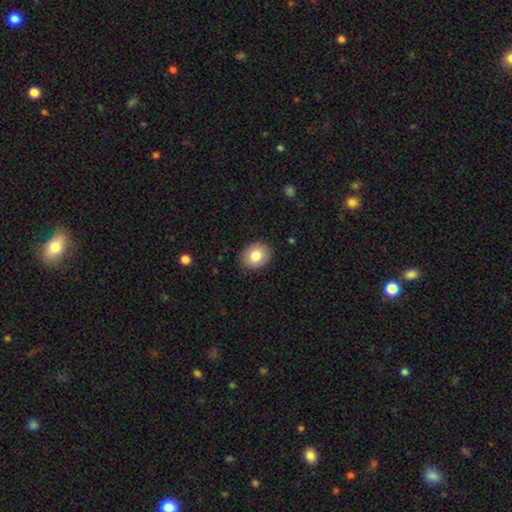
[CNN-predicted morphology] Smooth or featured? smooth (82%)
How rounded? in between (58%)
Merging? none (87%)